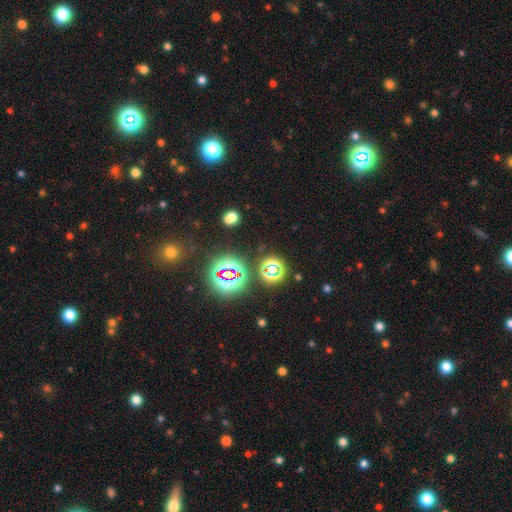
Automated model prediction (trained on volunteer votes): This is likely a star or artifact rather than a galaxy (73%).